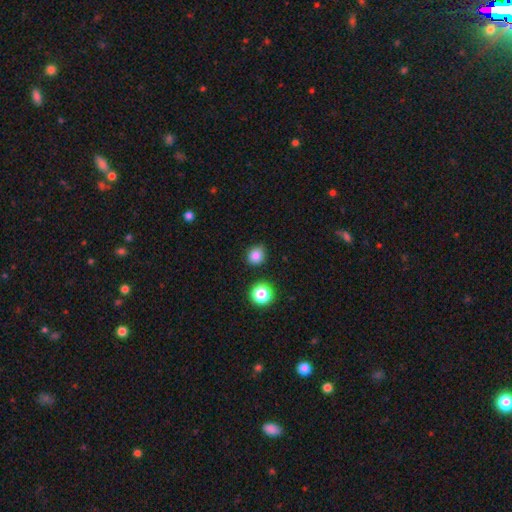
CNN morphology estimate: Q: Smooth or featured?
A: smooth (82%); runner-up: star or artifact (13%)
Q: How rounded?
A: round (71%); runner-up: in between (28%)
Q: Merging?
A: none (83%); runner-up: minor disturbance (12%)